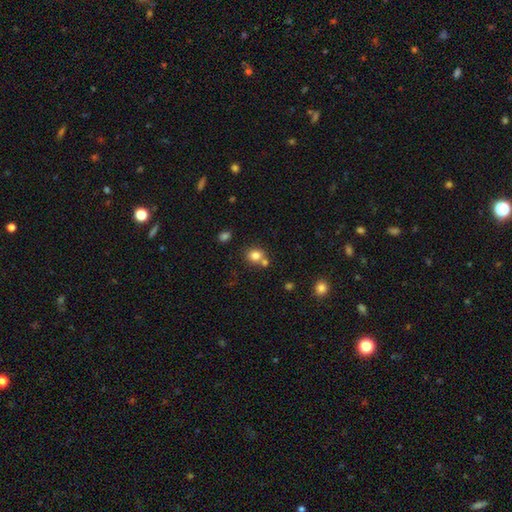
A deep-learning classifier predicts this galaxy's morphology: Smooth or featured? smooth (80%)
How rounded? round (78%)
Merging? none (60%)